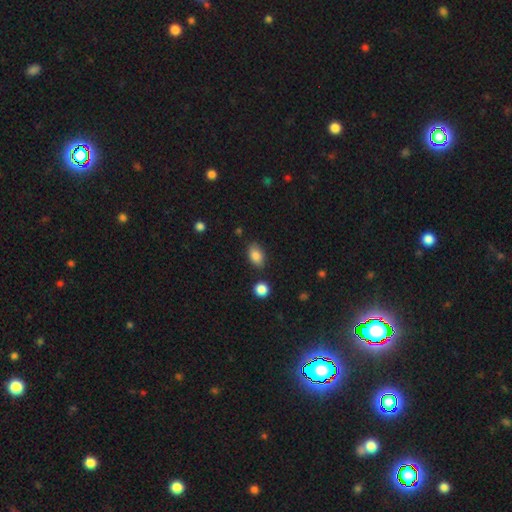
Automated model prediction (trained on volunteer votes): Smooth or featured?
  - smooth: 85% *
  - star or artifact: 9%
  - featured or disk: 6%
How rounded?
  - in between: 86% *
  - round: 12%
  - cigar-shaped: 2%
Merging?
  - none: 81% *
  - minor disturbance: 13%
  - merger: 3%
  - major disturbance: 3%